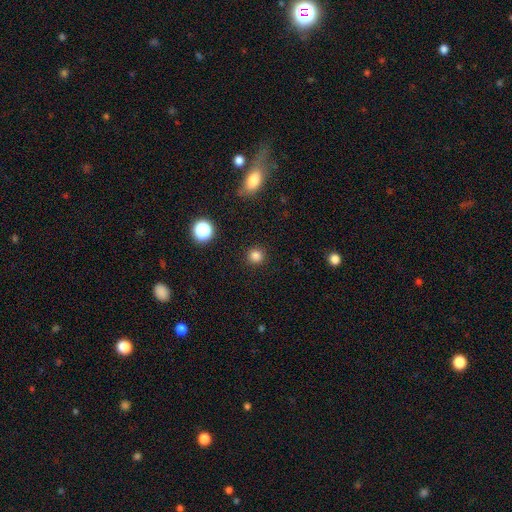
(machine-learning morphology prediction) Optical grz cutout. It shows a smooth galaxy with no disk features (83%) that is round (94%). Merging: none (91%).